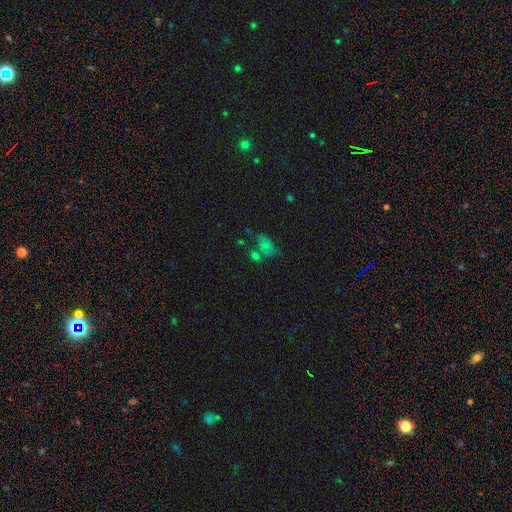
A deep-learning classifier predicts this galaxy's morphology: A smooth galaxy with no disk features (60%) that is in between round and cigar-shaped (75%). Merging: none (38%).